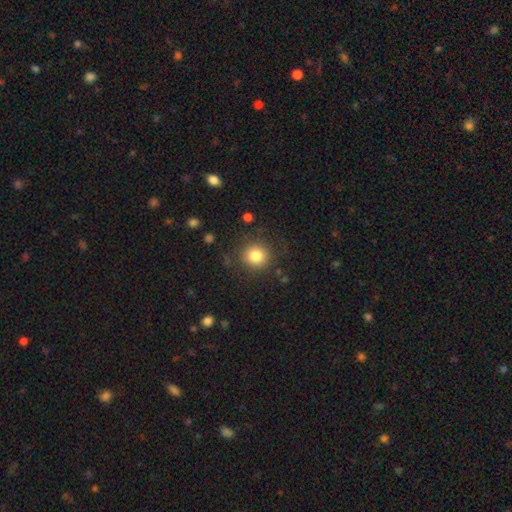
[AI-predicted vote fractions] A smooth galaxy with no disk features (82%) that is round (90%).

Vote fractions:
- Smooth or featured? smooth: 82% / star or artifact: 11% / featured or disk: 7%
- How rounded? round: 90% / in between: 9% / cigar-shaped: 1%
- Merging? none: 85% / minor disturbance: 10% / major disturbance: 4% / merger: 2%